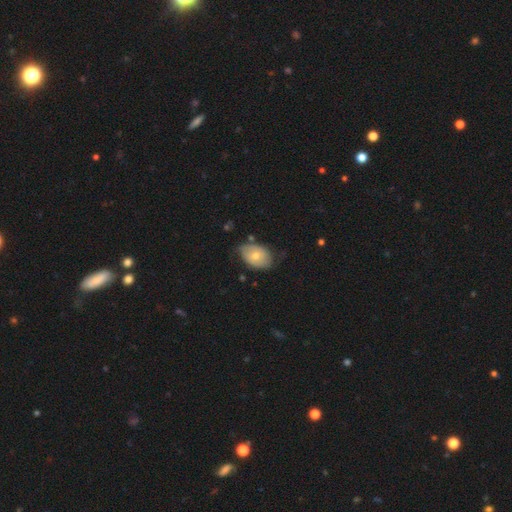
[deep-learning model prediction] A smooth galaxy with no disk features (62%) that is in between round and cigar-shaped (82%). Merging: none (58%).